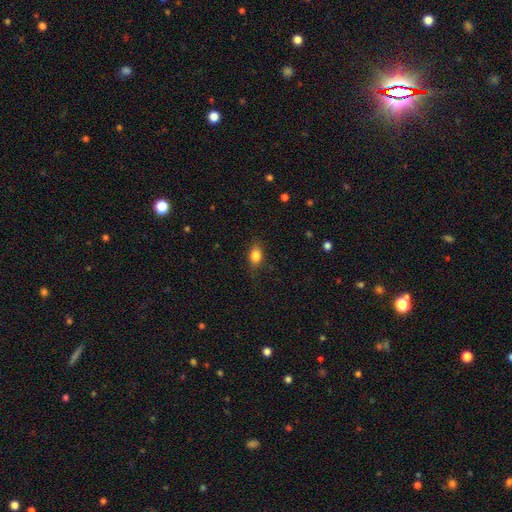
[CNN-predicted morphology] A smooth galaxy with no disk features (84%) that is in between round and cigar-shaped (76%). Merging: none (77%).